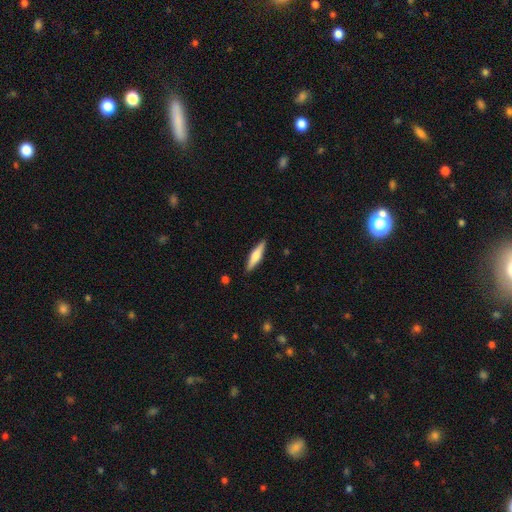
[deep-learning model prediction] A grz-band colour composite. It shows a smooth galaxy with no disk features (53%) that is cigar-shaped (77%). Merging: none (90%).